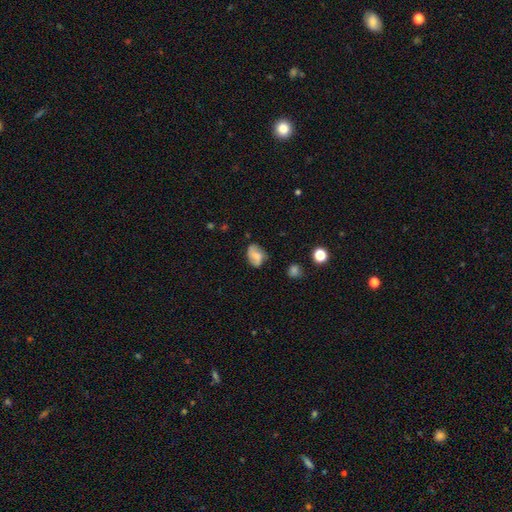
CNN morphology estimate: Smooth or featured? smooth (55%)
How rounded? in between (76%)
Merging? none (61%)